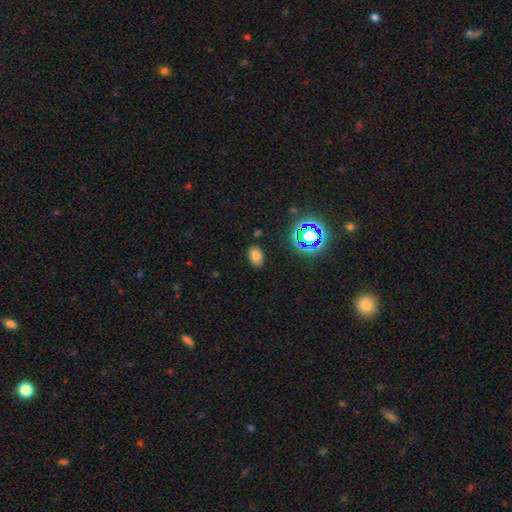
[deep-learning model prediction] Smooth or featured? smooth (71%)
How rounded? in between (88%)
Merging? none (85%)